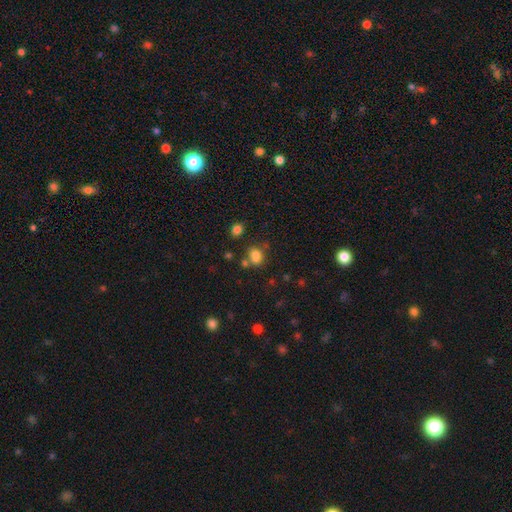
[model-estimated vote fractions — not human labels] Q: Smooth or featured?
A: smooth (78%); runner-up: star or artifact (15%)
Q: How rounded?
A: in between (59%); runner-up: round (40%)
Q: Merging?
A: none (56%); runner-up: merger (22%)